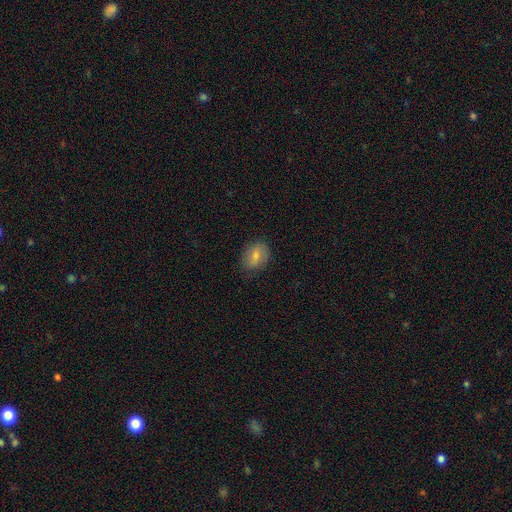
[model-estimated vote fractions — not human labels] smooth-or-featured: smooth: 70% | featured or disk: 22% | star or artifact: 8%
  how-rounded: in between: 67% | round: 31% | cigar-shaped: 2%
  merging: none: 78% | minor disturbance: 17% | major disturbance: 4% | merger: 1%